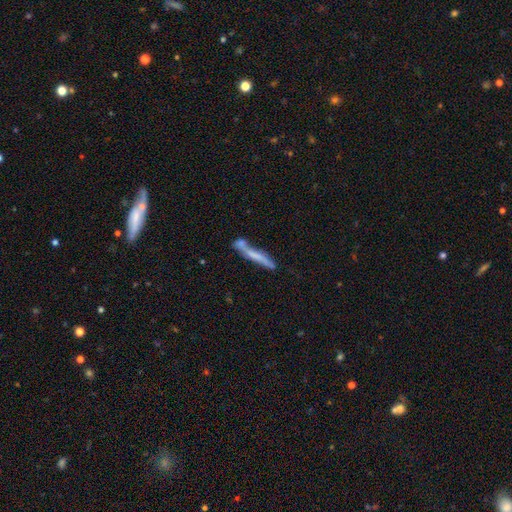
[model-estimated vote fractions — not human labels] This is possibly a smooth galaxy (49%). Merging: possibly none (46%).